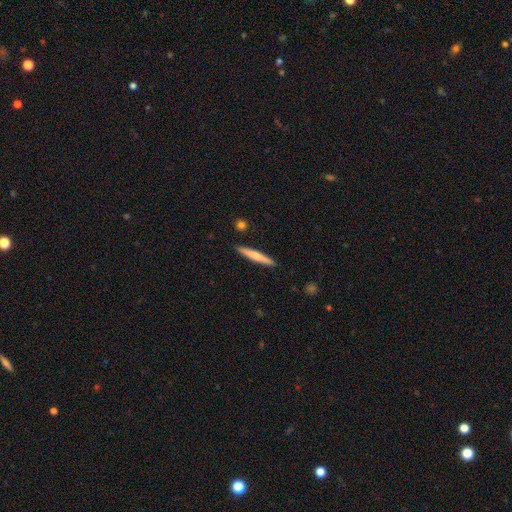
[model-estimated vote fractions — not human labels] Q: Smooth or featured?
A: smooth (63%); runner-up: featured or disk (32%)
Q: How rounded?
A: cigar-shaped (95%); runner-up: in between (4%)
Q: Merging?
A: none (91%); runner-up: minor disturbance (7%)